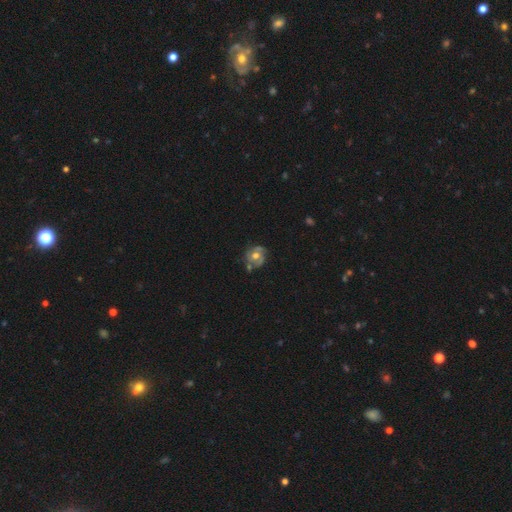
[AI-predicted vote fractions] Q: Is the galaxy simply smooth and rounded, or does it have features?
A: featured or disk — 72%.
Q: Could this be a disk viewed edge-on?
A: no — 98%.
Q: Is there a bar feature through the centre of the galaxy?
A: no — 73%.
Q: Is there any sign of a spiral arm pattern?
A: yes — 85%.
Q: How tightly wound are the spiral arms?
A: medium — 45%.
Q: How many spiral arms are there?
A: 2 — 41%.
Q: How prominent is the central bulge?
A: moderate — 73%.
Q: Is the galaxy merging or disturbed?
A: none — 62%.